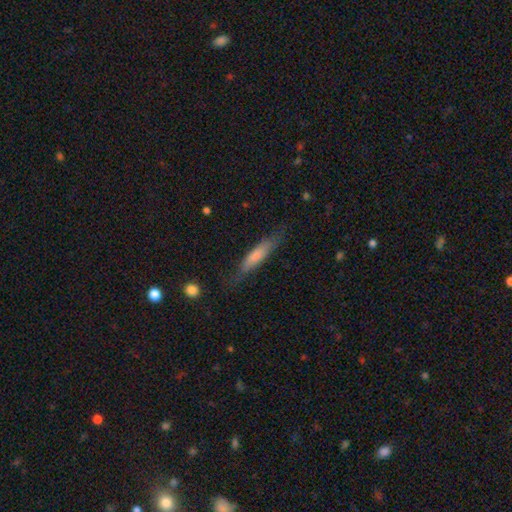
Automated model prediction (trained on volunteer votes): smooth-or-featured: smooth: 63% | featured or disk: 31% | star or artifact: 7%
  how-rounded: cigar-shaped: 85% | in between: 14% | round: 2%
  merging: none: 75% | minor disturbance: 18% | major disturbance: 5% | merger: 2%